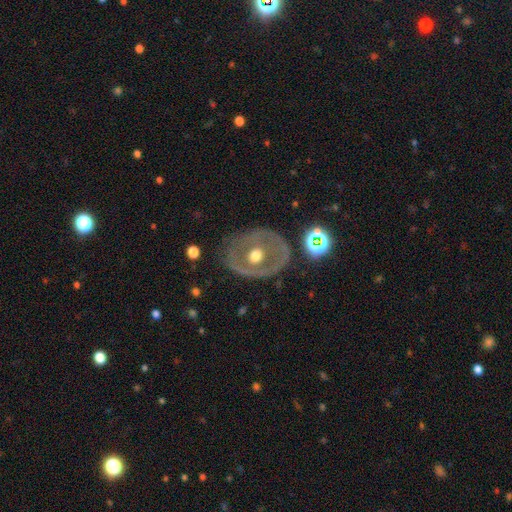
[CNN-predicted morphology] type=featured or disk (61%); edge-on=no (94%); bar=no (88%); spiral arms=no (88%); bulge=moderate (73%); merging=none (74%).